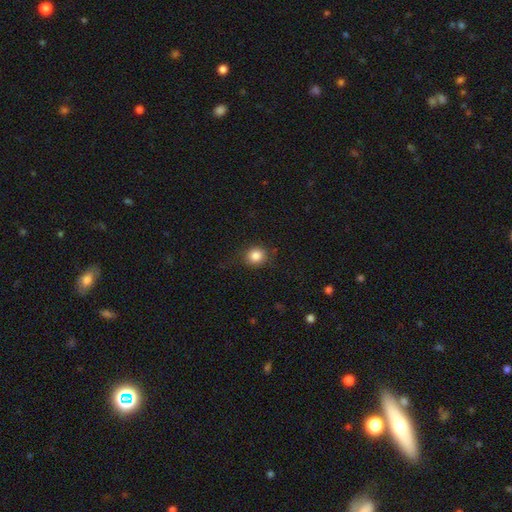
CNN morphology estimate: smooth-or-featured: smooth: 85% | star or artifact: 10% | featured or disk: 5%
  how-rounded: round: 81% | in between: 18% | cigar-shaped: 1%
  merging: none: 82% | minor disturbance: 13% | major disturbance: 4% | merger: 1%